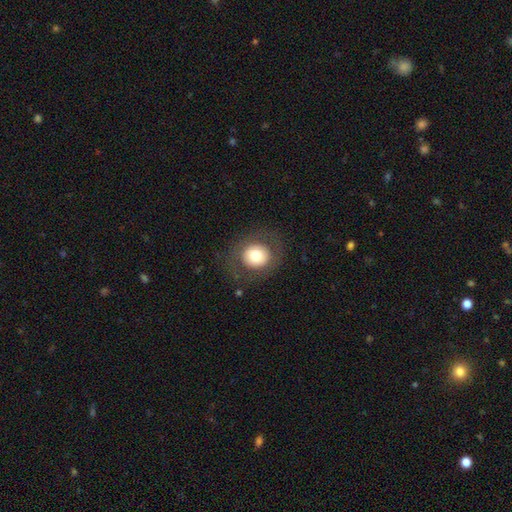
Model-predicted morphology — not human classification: Q: Smooth or featured?
A: smooth (68%); runner-up: featured or disk (23%)
Q: How rounded?
A: round (82%); runner-up: in between (17%)
Q: Merging?
A: none (82%); runner-up: minor disturbance (10%)